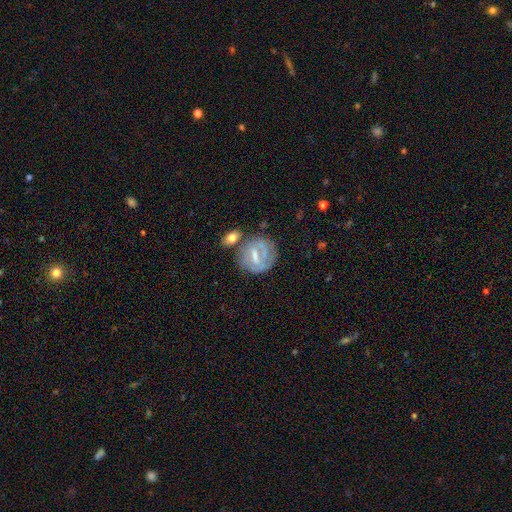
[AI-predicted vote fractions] Morphology: type=featured or disk (64%); edge-on=no (95%); bar=weak (43%); spiral arms=yes (67%); bulge=moderate (38%); merging=none (57%).